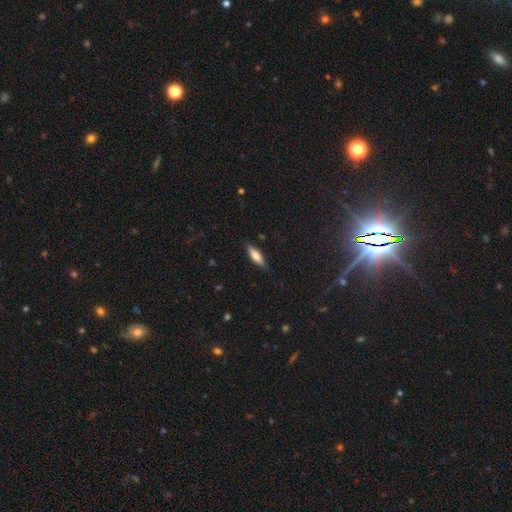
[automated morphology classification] Q: Smooth or featured?
A: smooth (66%); runner-up: featured or disk (28%)
Q: How rounded?
A: cigar-shaped (61%); runner-up: in between (37%)
Q: Merging?
A: none (85%); runner-up: minor disturbance (11%)